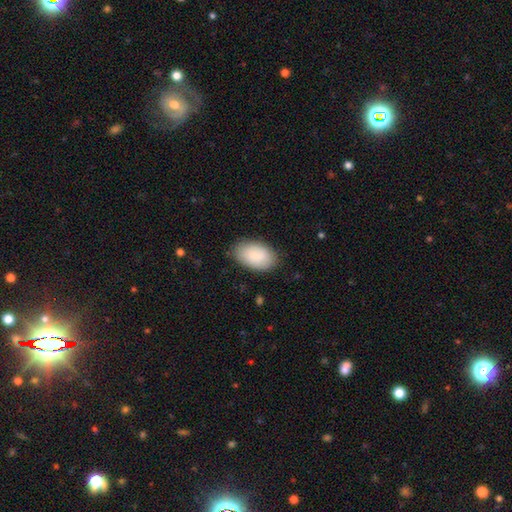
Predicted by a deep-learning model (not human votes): Morphology: type=smooth (88%); roundness=in between (94%); merging=none (84%).